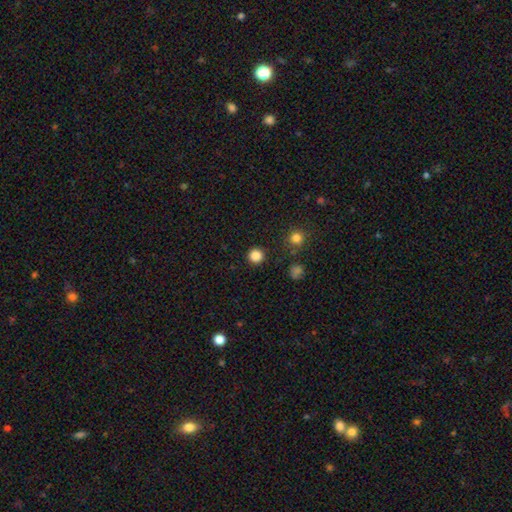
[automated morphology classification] This appears to be a smooth galaxy with no disk features (85%) that is round (95%). Merging: none (92%).